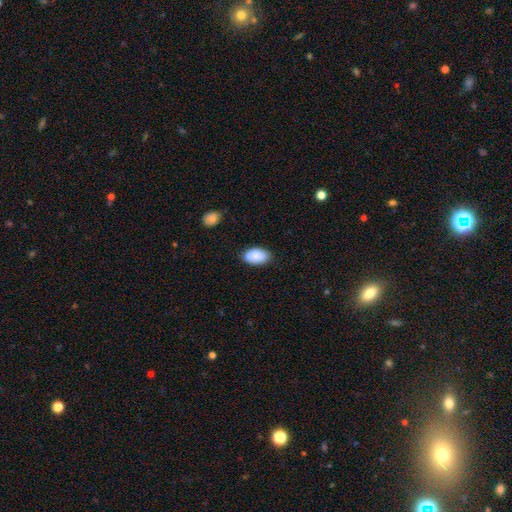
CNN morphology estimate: Smooth or featured: smooth — 86% (featured or disk — 7%)
How rounded: in between — 93% (round — 6%)
Merging: none — 80% (minor disturbance — 15%)